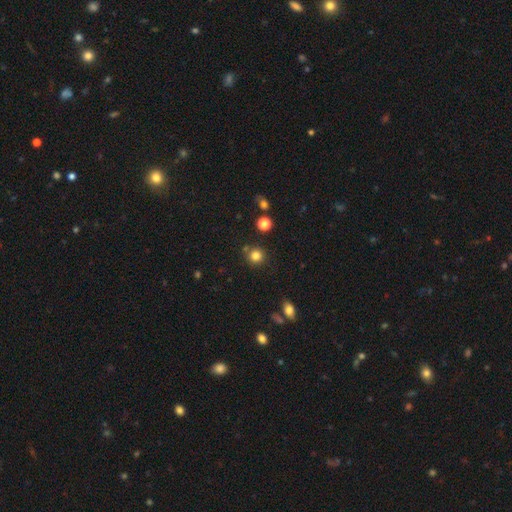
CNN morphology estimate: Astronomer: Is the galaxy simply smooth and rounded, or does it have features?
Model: smooth — 82%.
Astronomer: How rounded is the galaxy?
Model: round — 92%.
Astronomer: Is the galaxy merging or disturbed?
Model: none — 82%.